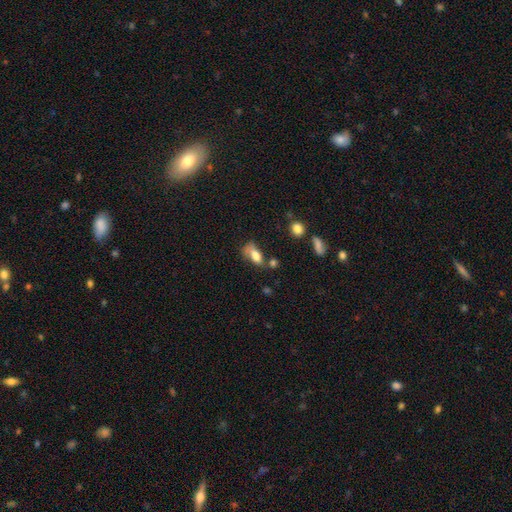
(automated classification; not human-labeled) Smooth or featured?
  - smooth: 74% *
  - featured or disk: 17%
  - star or artifact: 9%
How rounded?
  - in between: 85% *
  - cigar-shaped: 9%
  - round: 5%
Merging?
  - none: 33% *
  - minor disturbance: 29%
  - major disturbance: 24%
  - merger: 14%